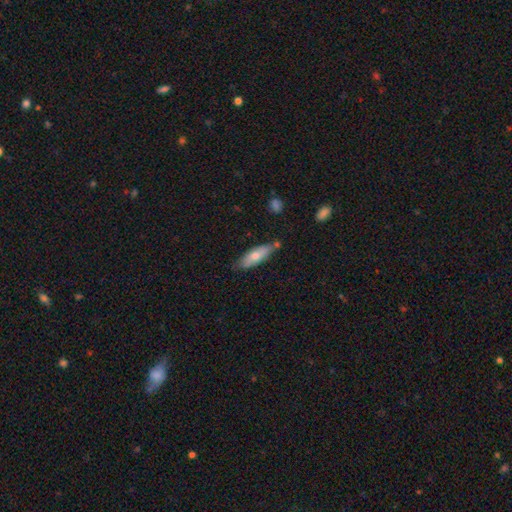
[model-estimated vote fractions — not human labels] A smooth galaxy with no disk features (67%) that is in between round and cigar-shaped (51%).

Vote fractions:
- Smooth or featured? smooth: 67% / featured or disk: 28% / star or artifact: 6%
- How rounded? in between: 51% / cigar-shaped: 47% / round: 2%
- Merging? none: 69% / minor disturbance: 20% / merger: 7% / major disturbance: 3%